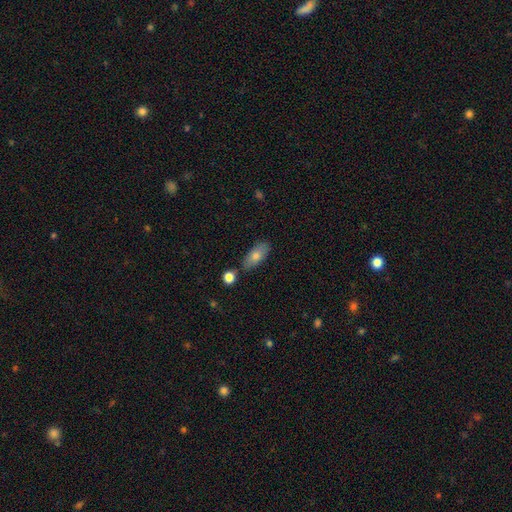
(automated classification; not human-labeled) This is likely a smooth galaxy (74%). How rounded: likely in between (79%). Merging: likely none (73%).